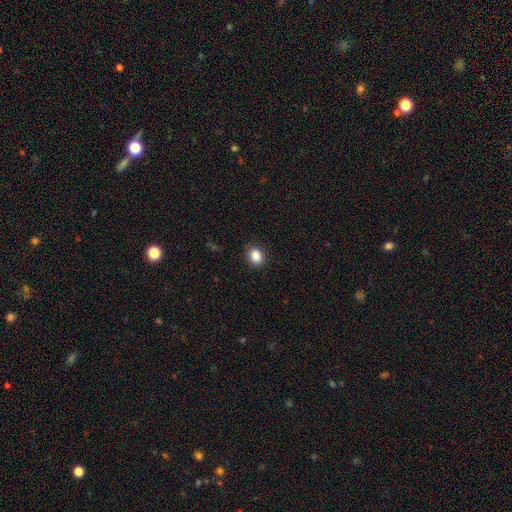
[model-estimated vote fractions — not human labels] Smooth or featured? smooth (87%)
How rounded? in between (51%)
Merging? none (87%)